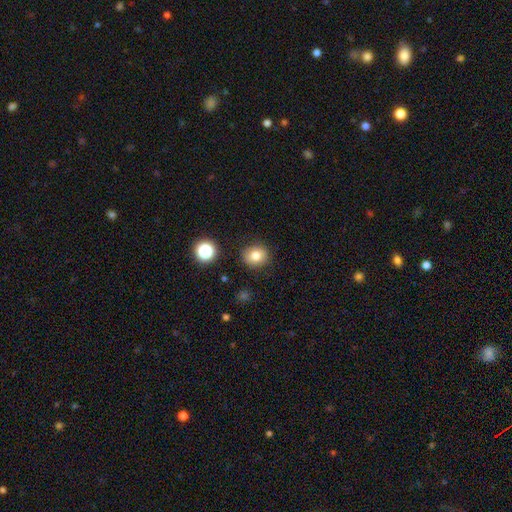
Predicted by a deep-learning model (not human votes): A smooth galaxy with no disk features (79%) that is round (80%). Merging: none (87%).